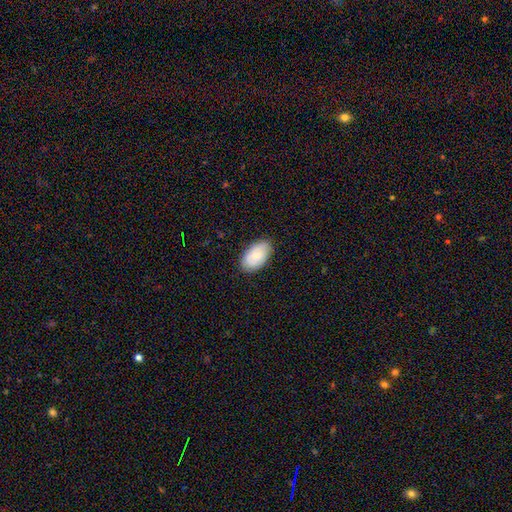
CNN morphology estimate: smooth-or-featured: smooth: 78% | featured or disk: 16% | star or artifact: 6%
  how-rounded: in between: 94% | round: 4% | cigar-shaped: 1%
  merging: none: 84% | minor disturbance: 13% | major disturbance: 2% | merger: 1%